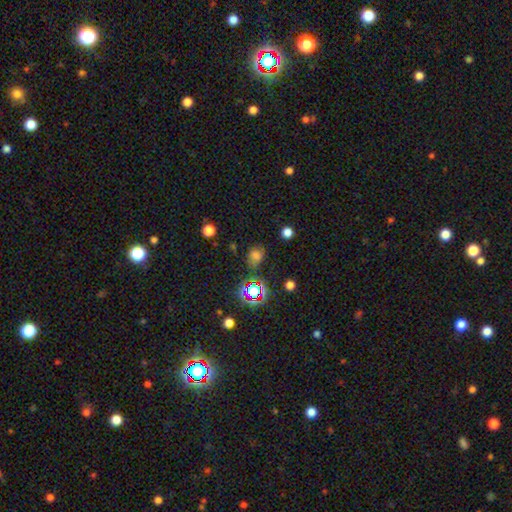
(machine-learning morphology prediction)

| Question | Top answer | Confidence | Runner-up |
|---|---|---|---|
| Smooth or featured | smooth | 55% | star or artifact (37%) |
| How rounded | round | 61% | in between (38%) |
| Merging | none | 70% | minor disturbance (17%) |